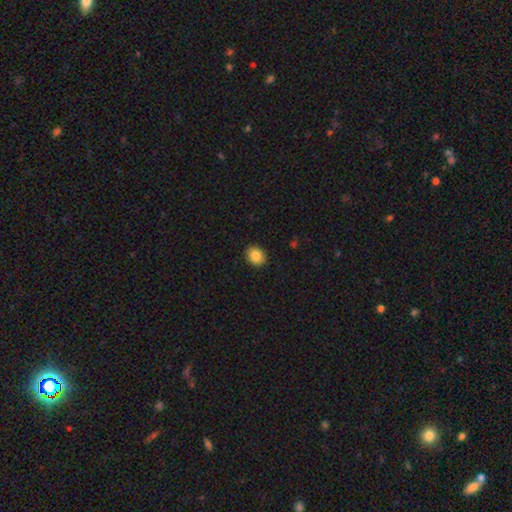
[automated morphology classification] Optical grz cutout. It shows a smooth galaxy with no disk features (86%) that is round (62%). Merging: none (90%).